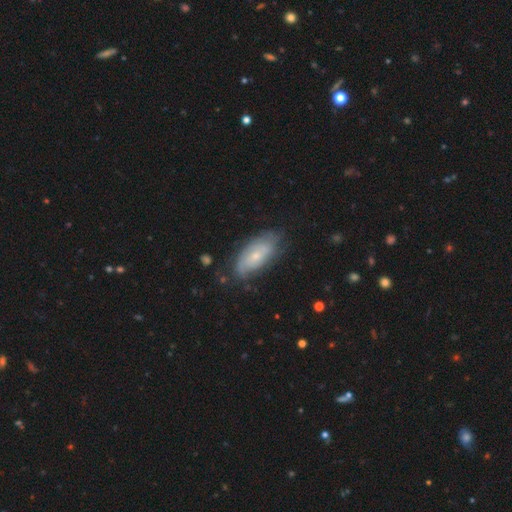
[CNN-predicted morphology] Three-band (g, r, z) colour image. It shows a featured or disk galaxy (53%). Merging: none (69%).